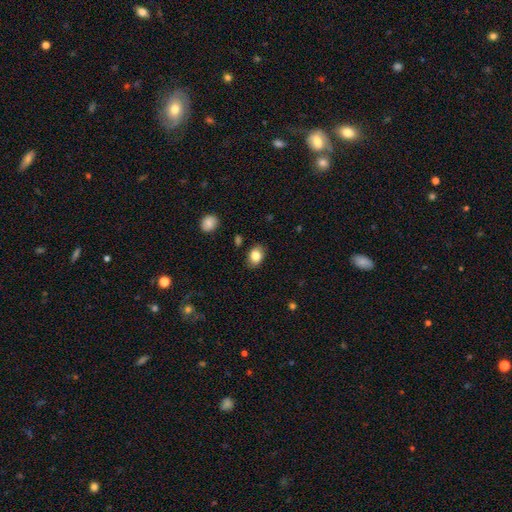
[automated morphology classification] type=smooth (83%); roundness=in between (71%); merging=none (84%).